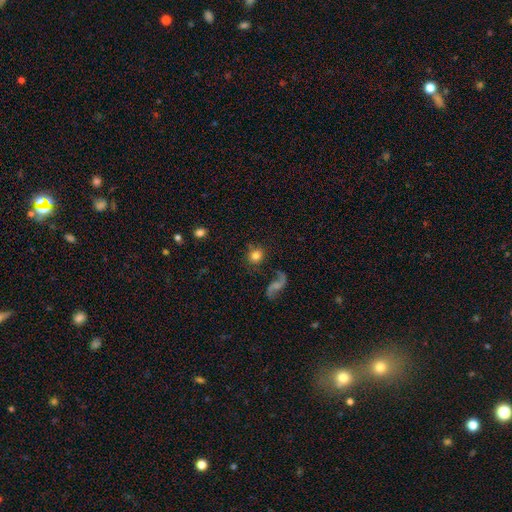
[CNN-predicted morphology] Smooth or featured? Predicted: smooth (p=0.70). How rounded? Predicted: round (p=0.82). Merging? Predicted: none (p=0.76).